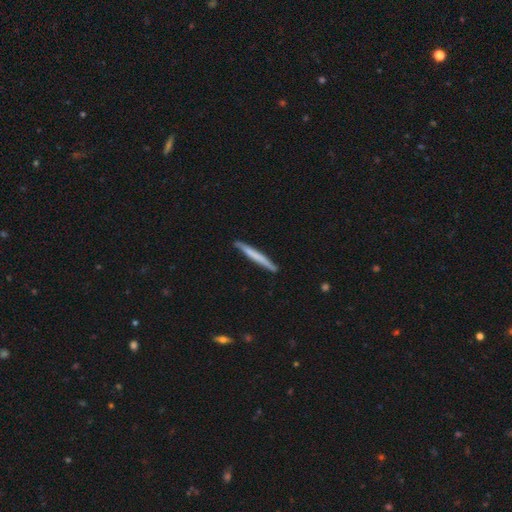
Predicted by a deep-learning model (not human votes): This is likely a smooth galaxy (61%). How rounded: clearly cigar-shaped (97%). Merging: clearly none (89%).